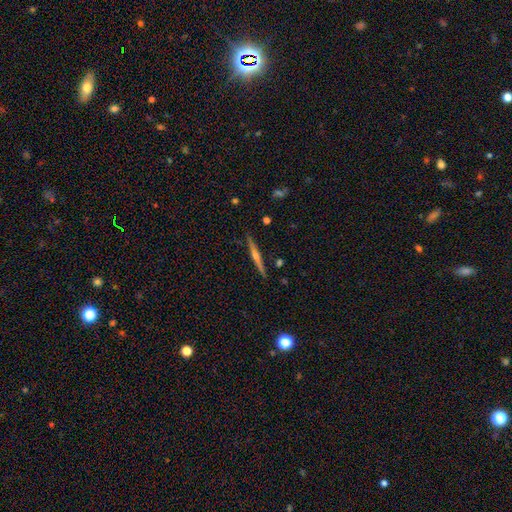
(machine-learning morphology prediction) Q: Smooth or featured?
A: featured or disk (74%); runner-up: smooth (20%)
Q: Edge-on disk?
A: yes (98%); runner-up: no (2%)
Q: Edge-on bulge?
A: rounded (86%); runner-up: none (9%)
Q: Merging?
A: none (90%); runner-up: minor disturbance (7%)